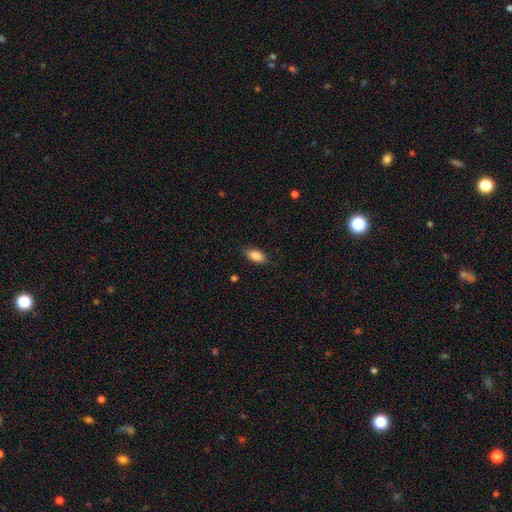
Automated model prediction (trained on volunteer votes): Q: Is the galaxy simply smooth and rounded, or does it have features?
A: smooth — 87%.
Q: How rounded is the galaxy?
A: in between — 90%.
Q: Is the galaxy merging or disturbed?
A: none — 85%.